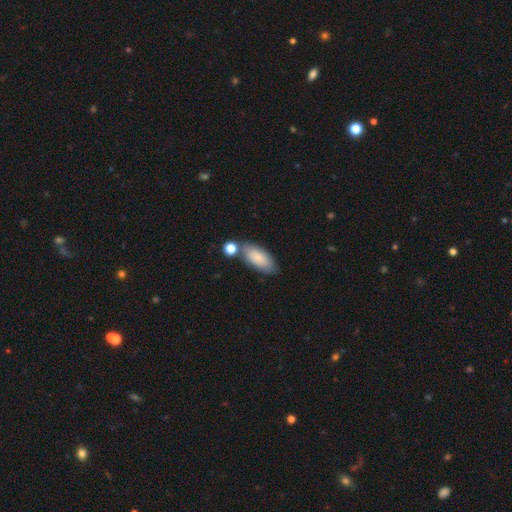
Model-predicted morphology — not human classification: type=smooth (83%); roundness=in between (85%); merging=none (68%).